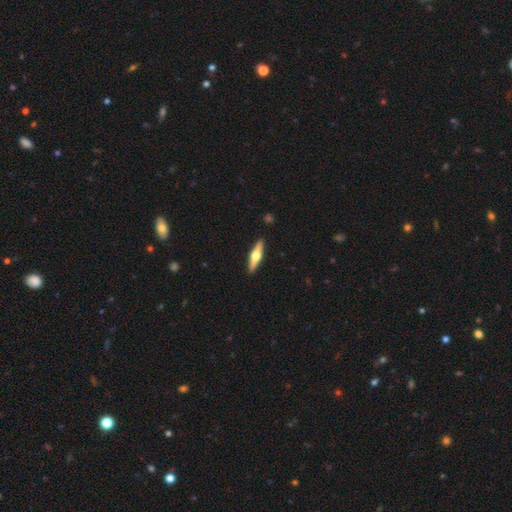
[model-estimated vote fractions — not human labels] Smooth or featured? featured or disk (62%)
Edge-on disk? yes (96%)
Edge-on bulge? rounded (95%)
Merging? none (91%)